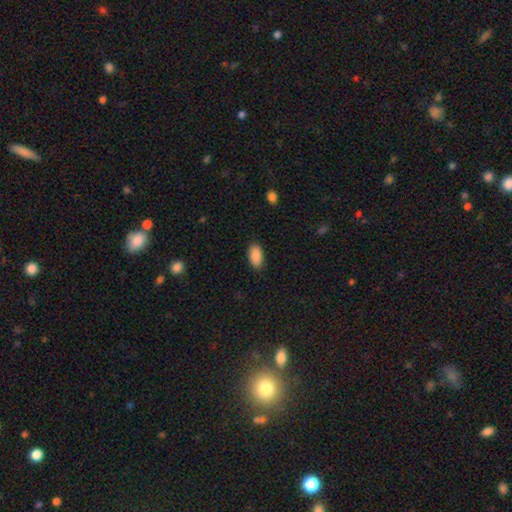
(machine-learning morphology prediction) Overall: smooth (89%). How rounded: in between (94%). Merging: none (88%).